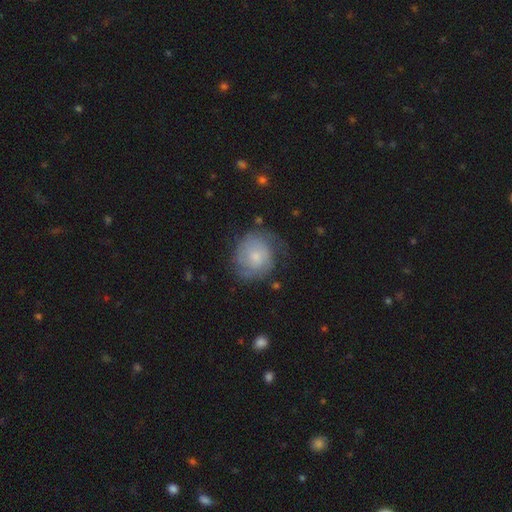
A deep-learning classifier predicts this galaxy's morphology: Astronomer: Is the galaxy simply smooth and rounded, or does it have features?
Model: featured or disk — 50% (runner-up: smooth, 43%).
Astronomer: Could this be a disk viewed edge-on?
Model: no — 97%.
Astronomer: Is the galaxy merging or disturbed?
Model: none — 59%.